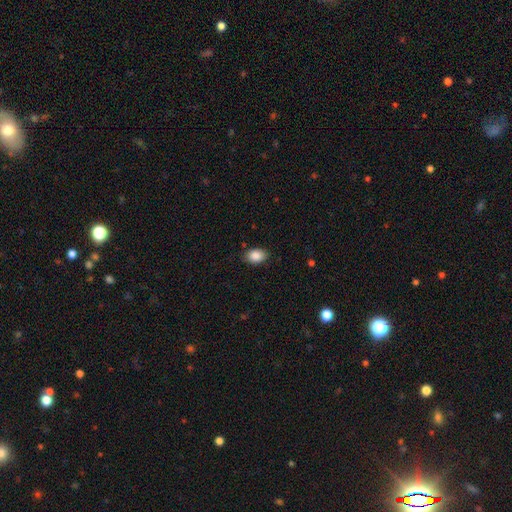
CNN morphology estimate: Smooth or featured: smooth — 88% (star or artifact — 8%)
How rounded: in between — 81% (round — 18%)
Merging: none — 86% (minor disturbance — 11%)